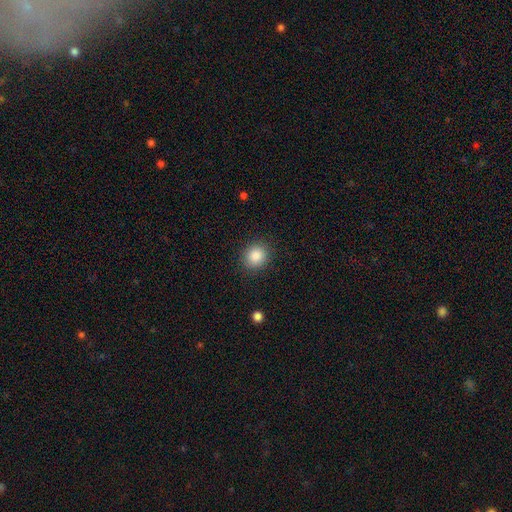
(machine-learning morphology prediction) Q: Smooth or featured?
A: smooth (87%); runner-up: star or artifact (9%)
Q: How rounded?
A: round (81%); runner-up: in between (18%)
Q: Merging?
A: none (89%); runner-up: minor disturbance (7%)